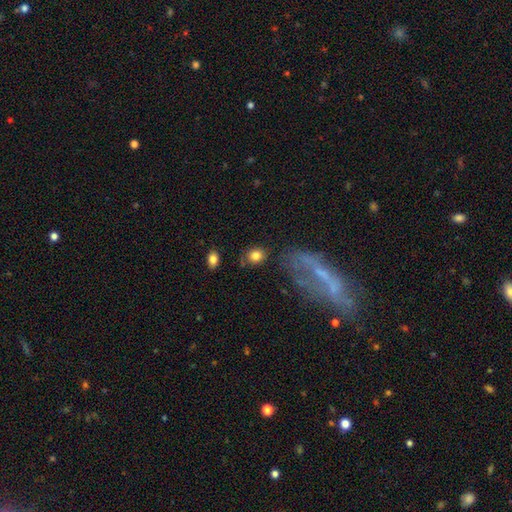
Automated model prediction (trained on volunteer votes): Smooth or featured? smooth (82%)
How rounded? round (64%)
Merging? none (77%)